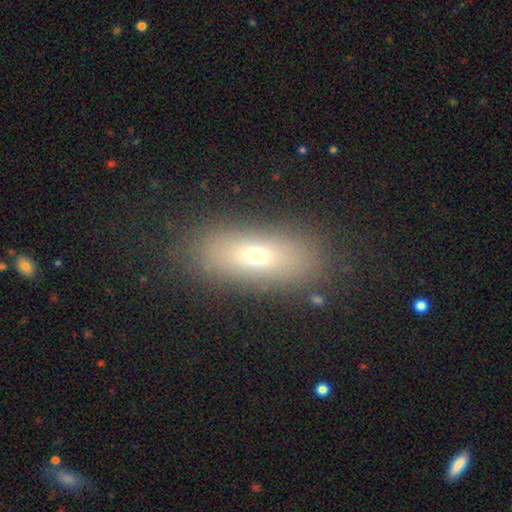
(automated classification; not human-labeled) This is likely a smooth galaxy (64%). How rounded: likely in between (66%). Merging: clearly none (83%).